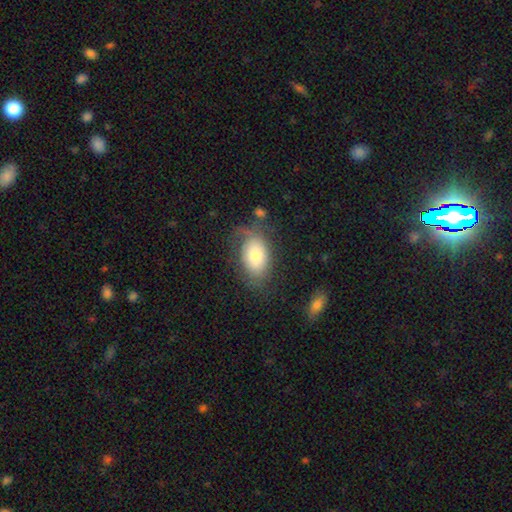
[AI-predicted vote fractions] smooth_or_featured: smooth (p=0.72) [alt: featured or disk p=0.21]
how_rounded: in between (p=0.90) [alt: round p=0.08]
merging: none (p=0.55) [alt: minor disturbance p=0.26]